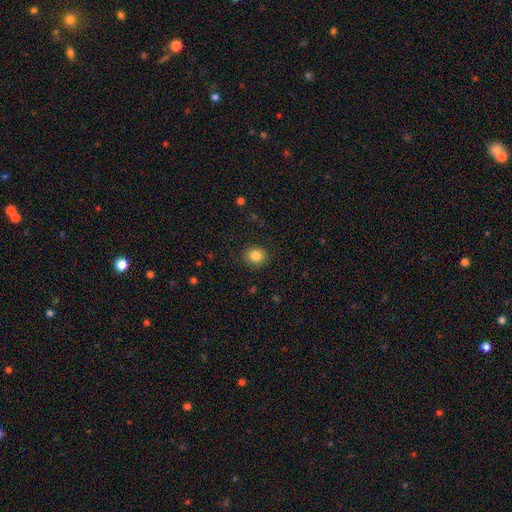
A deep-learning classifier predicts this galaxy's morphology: Smooth or featured: smooth — 85% (star or artifact — 10%)
How rounded: round — 78% (in between — 21%)
Merging: none — 88% (minor disturbance — 8%)